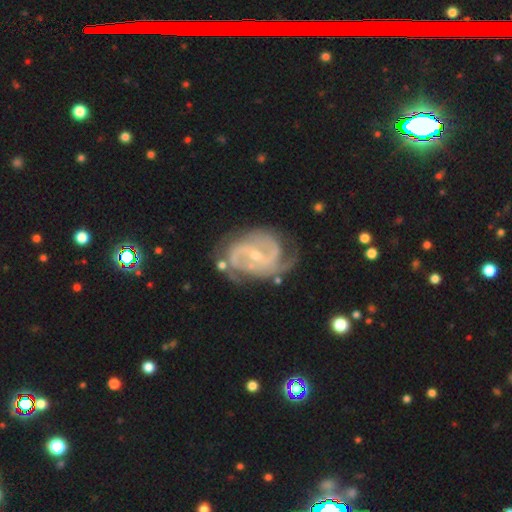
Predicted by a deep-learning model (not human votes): A featured or disk galaxy (90%) with a weak bar (44%), 2 (52%) medium (48%) spiral arms (97%) and a small central bulge (74%).

Vote fractions:
- Smooth or featured? featured or disk: 90% / star or artifact: 5% / smooth: 5%
- Edge-on disk? no: 97% / yes: 3%
- Bar? weak: 44% / no: 35% / strong: 21%
- Spiral arms? yes: 97% / no: 3%
- Spiral winding? medium: 48% / tight: 37% / loose: 14%
- Spiral arm count? 2: 52% / 3: 21% / can't tell: 13% / 4: 6% / 1: 4% / more than 4: 4%
- Bulge size? small: 74% / moderate: 23% / none: 2% / large: 1% / dominant: 1%
- Merging? none: 61% / minor disturbance: 24% / major disturbance: 12% / merger: 3%